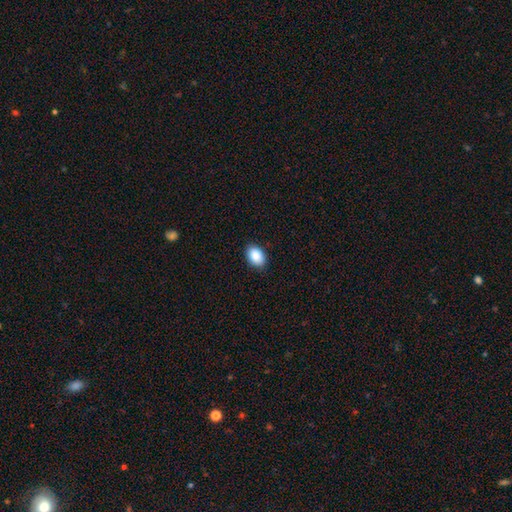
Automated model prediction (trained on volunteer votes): A smooth galaxy with no disk features (89%) that is in between round and cigar-shaped (83%).

Vote fractions:
- Smooth or featured? smooth: 89% / star or artifact: 7% / featured or disk: 3%
- How rounded? in between: 83% / round: 16% / cigar-shaped: 1%
- Merging? none: 89% / minor disturbance: 8% / major disturbance: 2% / merger: 1%